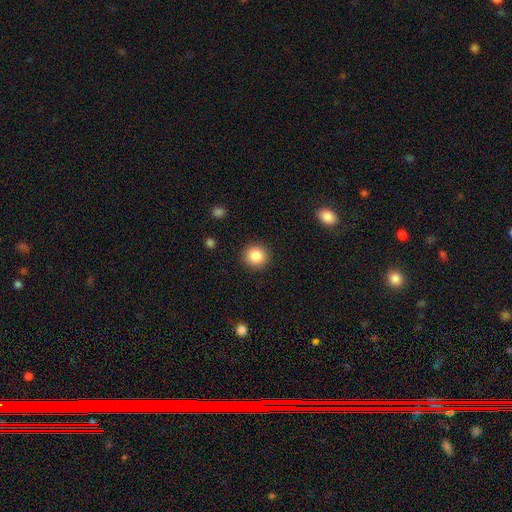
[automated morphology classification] Overall: smooth (86%). How rounded: round (93%). Merging: none (91%).